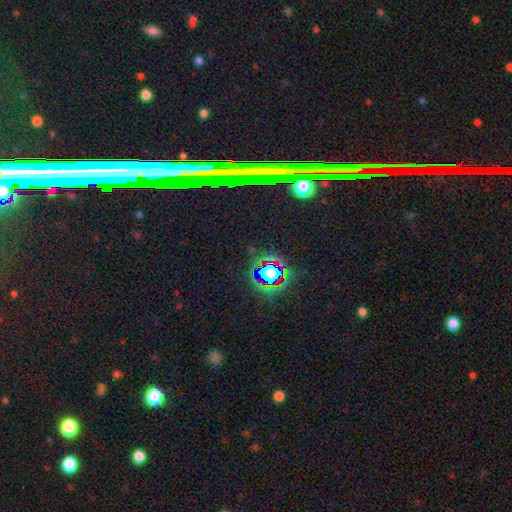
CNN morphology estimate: Q: Smooth or featured?
A: star or artifact (73%); runner-up: featured or disk (14%)